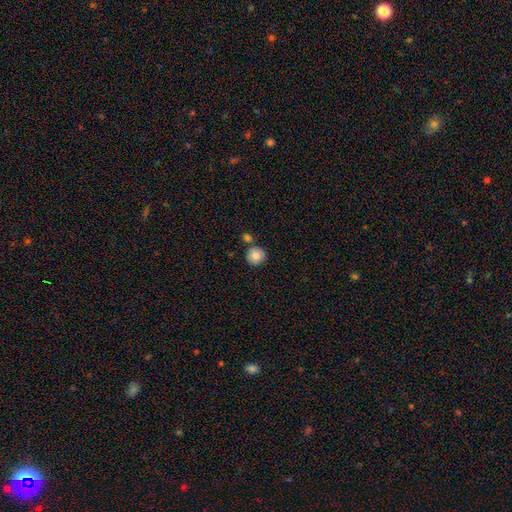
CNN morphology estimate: Smooth or featured: smooth — 80% (featured or disk — 10%)
How rounded: round — 94% (in between — 5%)
Merging: none — 78% (merger — 13%)